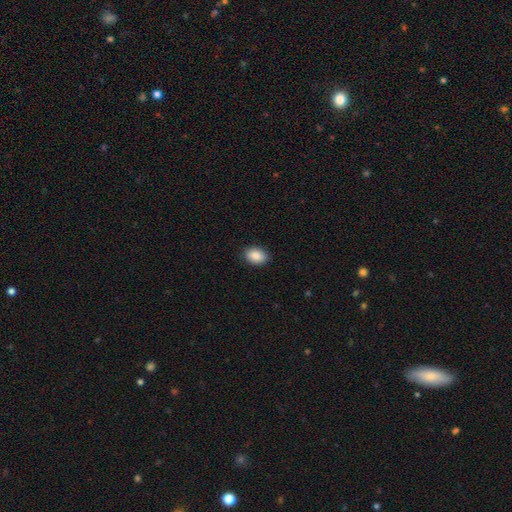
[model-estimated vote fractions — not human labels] Smooth or featured? Predicted: smooth (p=0.89). How rounded? Predicted: in between (p=0.81). Merging? Predicted: none (p=0.89).